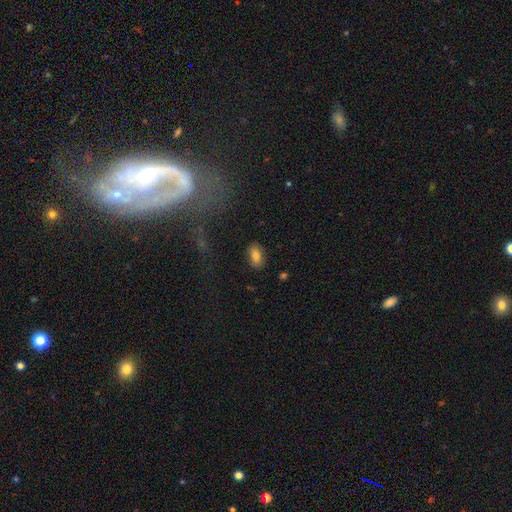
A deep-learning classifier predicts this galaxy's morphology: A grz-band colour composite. It shows a smooth galaxy with no disk features (78%) that is in between round and cigar-shaped (90%). Merging: none (86%).